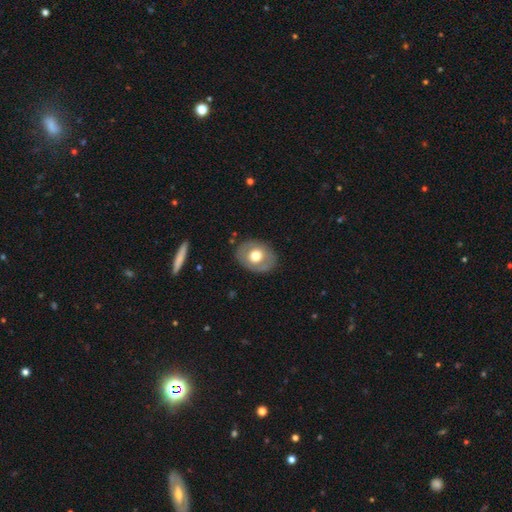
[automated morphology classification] Smooth or featured?
  - smooth: 57% *
  - featured or disk: 37%
  - star or artifact: 6%
How rounded?
  - in between: 58% *
  - round: 41%
  - cigar-shaped: 1%
Merging?
  - none: 84% *
  - minor disturbance: 11%
  - major disturbance: 4%
  - merger: 1%